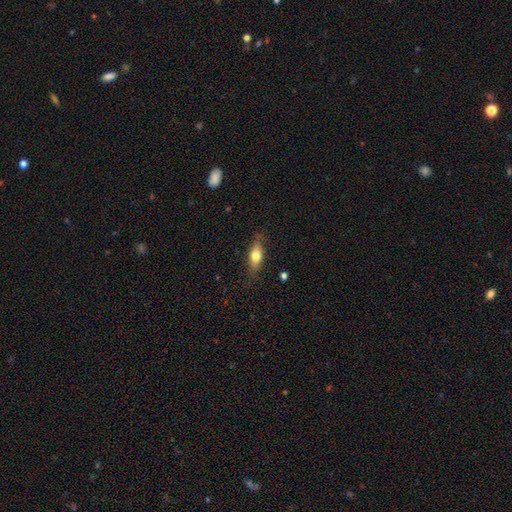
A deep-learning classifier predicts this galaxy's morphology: smooth_or_featured: smooth (p=0.68) [alt: featured or disk p=0.26]
how_rounded: in between (p=0.63) [alt: cigar-shaped p=0.34]
merging: none (p=0.80) [alt: minor disturbance p=0.16]